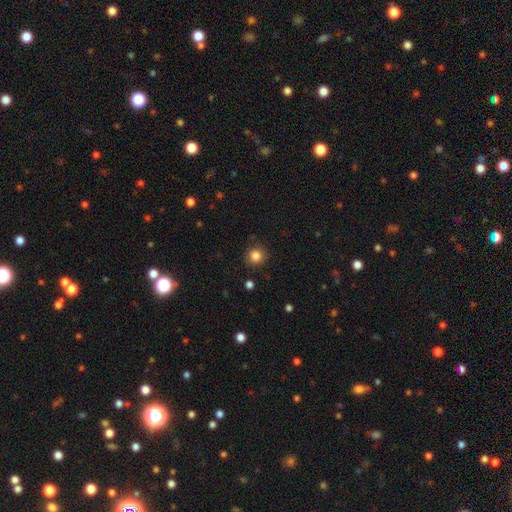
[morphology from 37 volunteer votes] Overall: smooth (97%). How rounded: round (92%). Merging: none (89%).